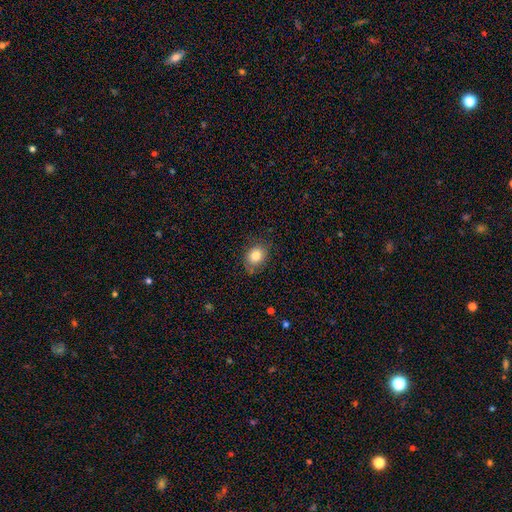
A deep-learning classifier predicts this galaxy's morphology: Smooth or featured: smooth — 82% (star or artifact — 10%)
How rounded: round — 52% (in between — 47%)
Merging: none — 77% (minor disturbance — 17%)